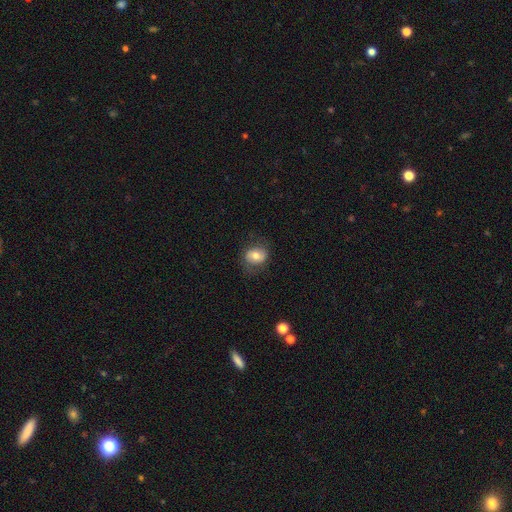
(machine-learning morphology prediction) Smooth or featured?
  - smooth: 63% *
  - featured or disk: 29%
  - star or artifact: 9%
How rounded?
  - in between: 52% *
  - round: 47%
  - cigar-shaped: 1%
Merging?
  - none: 71% *
  - minor disturbance: 19%
  - major disturbance: 9%
  - merger: 1%